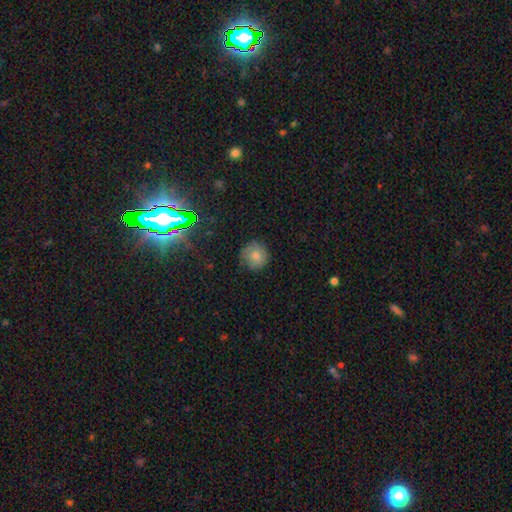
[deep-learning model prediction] Smooth or featured?
  - smooth: 76% *
  - featured or disk: 13%
  - star or artifact: 11%
How rounded?
  - round: 92% *
  - in between: 7%
  - cigar-shaped: 1%
Merging?
  - none: 76% *
  - minor disturbance: 19%
  - major disturbance: 4%
  - merger: 1%